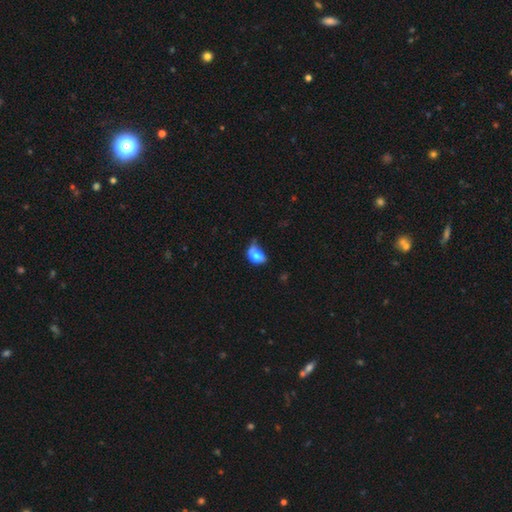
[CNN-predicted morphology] Overall: smooth (75%). How rounded: in between (82%). Merging: minor disturbance (39%; major disturbance 31%).